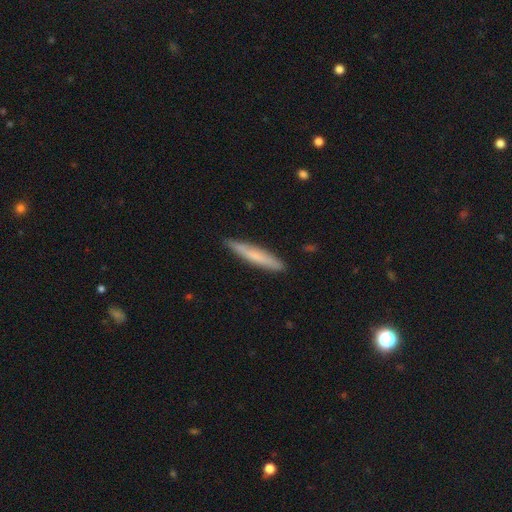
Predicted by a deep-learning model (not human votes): Smooth or featured: smooth — 67% (featured or disk — 27%)
How rounded: cigar-shaped — 94% (in between — 5%)
Merging: none — 88% (minor disturbance — 9%)